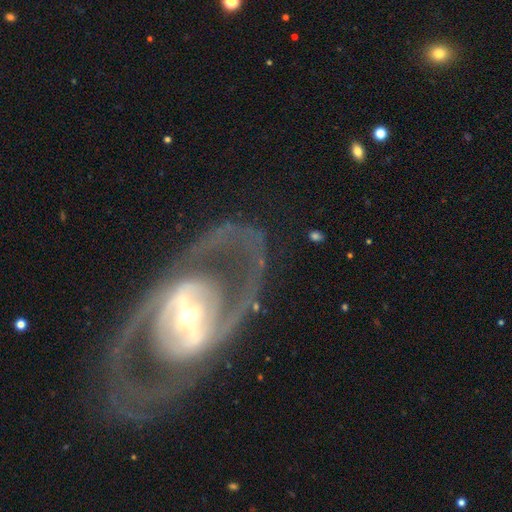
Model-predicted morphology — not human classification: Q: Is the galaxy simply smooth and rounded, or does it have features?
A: featured or disk — 85%.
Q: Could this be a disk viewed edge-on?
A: no — 93%.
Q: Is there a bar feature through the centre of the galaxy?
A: strong — 51%.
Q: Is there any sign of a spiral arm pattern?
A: yes — 73%.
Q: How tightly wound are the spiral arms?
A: medium — 44%.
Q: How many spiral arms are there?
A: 2 — 79%.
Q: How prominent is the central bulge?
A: moderate — 45%.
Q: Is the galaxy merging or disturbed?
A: none — 71%.